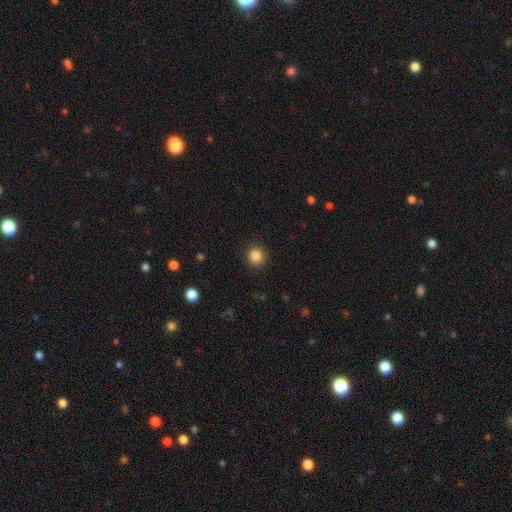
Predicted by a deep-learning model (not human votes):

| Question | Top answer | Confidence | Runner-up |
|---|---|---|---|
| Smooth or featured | smooth | 86% | star or artifact (11%) |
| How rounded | round | 90% | in between (10%) |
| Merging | none | 91% | minor disturbance (6%) |